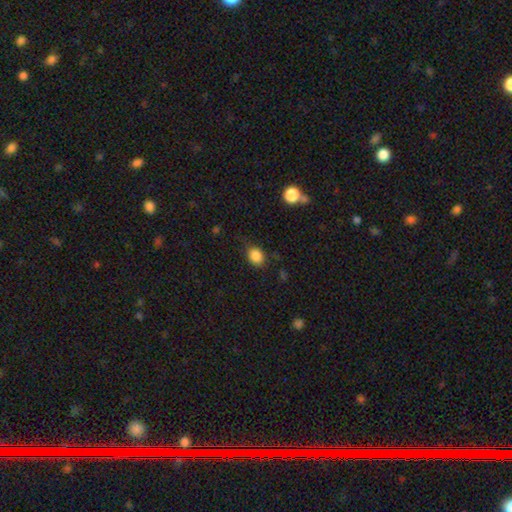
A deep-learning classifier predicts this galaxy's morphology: A smooth galaxy with no disk features (86%) that is round (50%). Merging: none (75%).